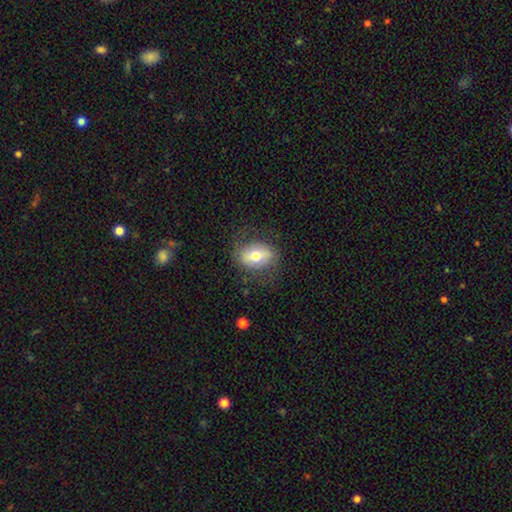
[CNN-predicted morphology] Q: Smooth or featured?
A: smooth (60%); runner-up: featured or disk (32%)
Q: How rounded?
A: in between (75%); runner-up: round (23%)
Q: Merging?
A: none (75%); runner-up: minor disturbance (16%)